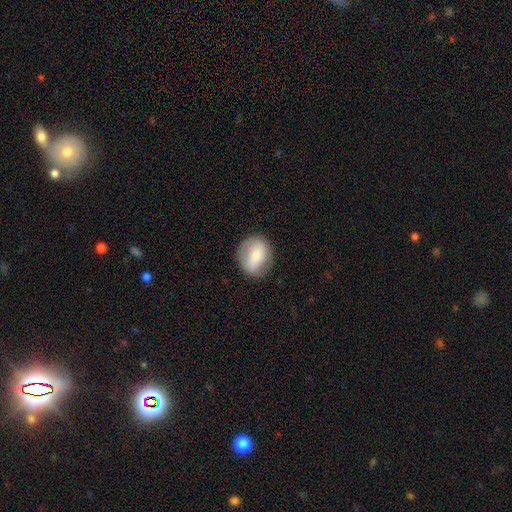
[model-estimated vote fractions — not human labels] Smooth or featured? Predicted: smooth (p=0.65). How rounded? Predicted: round (p=0.57). Merging? Predicted: none (p=0.77).